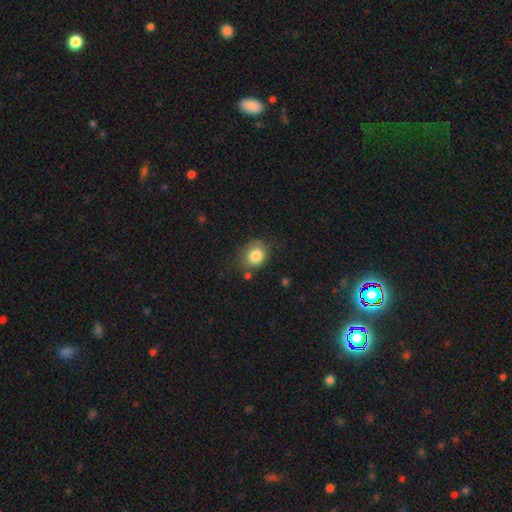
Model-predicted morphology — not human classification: The model was most divided on "how rounded": round: 59%, in between: 40%, cigar-shaped: 1%. More confident: smooth or featured — smooth (83%); merging — none (64%).